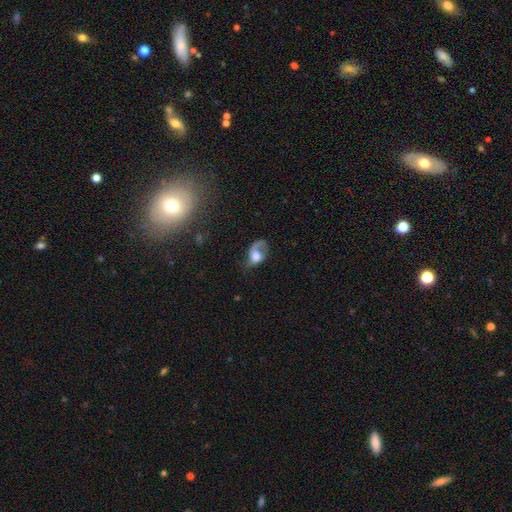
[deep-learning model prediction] The model was most divided on "smooth or featured": featured or disk: 51%, smooth: 40%, star or artifact: 9%. Remaining: edge-on disk — no (94%); merging — major disturbance (43%).